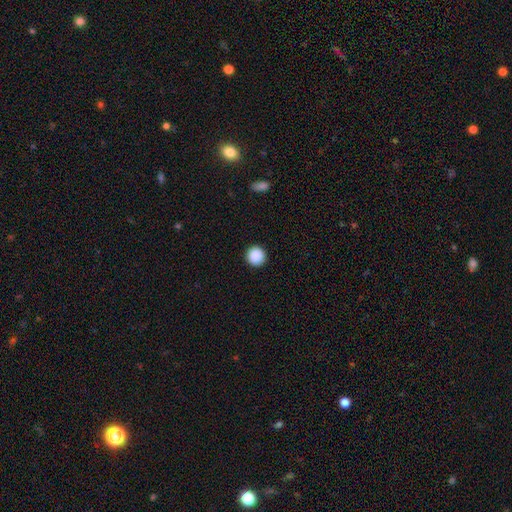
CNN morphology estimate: Smooth or featured? smooth (90%)
How rounded? round (96%)
Merging? none (93%)